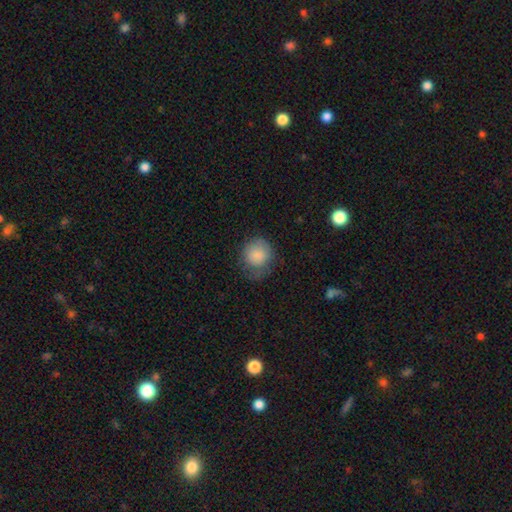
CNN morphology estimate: Smooth or featured: smooth — 79% (featured or disk — 12%)
How rounded: round — 81% (in between — 18%)
Merging: none — 58% (minor disturbance — 28%)